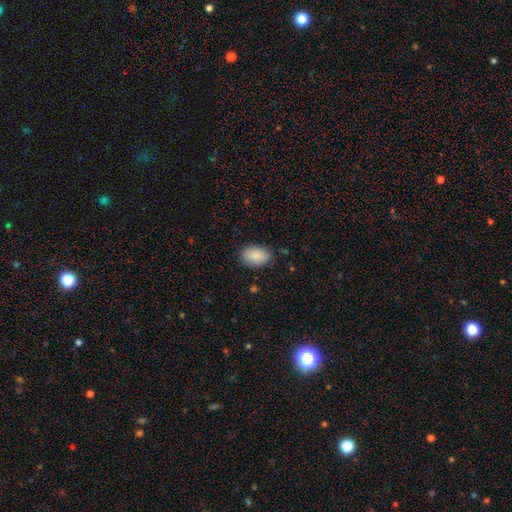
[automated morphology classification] Smooth or featured?
  - smooth: 88% *
  - star or artifact: 7%
  - featured or disk: 5%
How rounded?
  - in between: 91% *
  - round: 7%
  - cigar-shaped: 1%
Merging?
  - none: 84% *
  - minor disturbance: 12%
  - major disturbance: 3%
  - merger: 1%